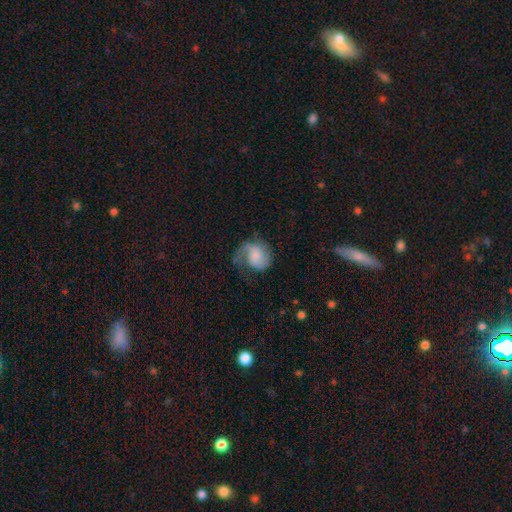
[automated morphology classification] smooth-or-featured: featured or disk: 51% | smooth: 41% | star or artifact: 8%
  disk-edge-on: no: 98% | yes: 2%
  merging: none: 40% | major disturbance: 32% | minor disturbance: 26% | merger: 2%